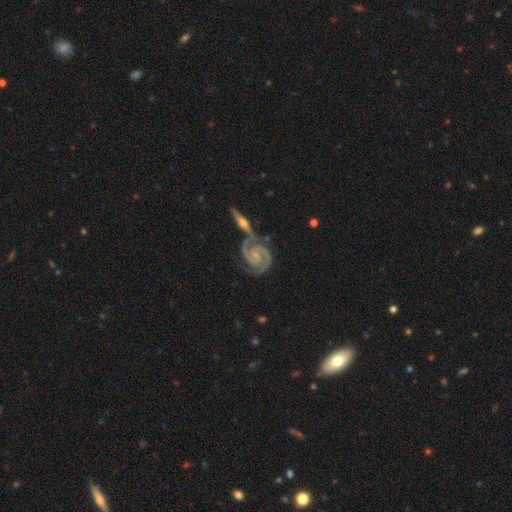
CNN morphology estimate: This appears to be a featured or disk galaxy (94%) with no bar (54%), 2 (92%) tight (59%) spiral arms (99%) and a small central bulge (70%). Merging: none (61%).